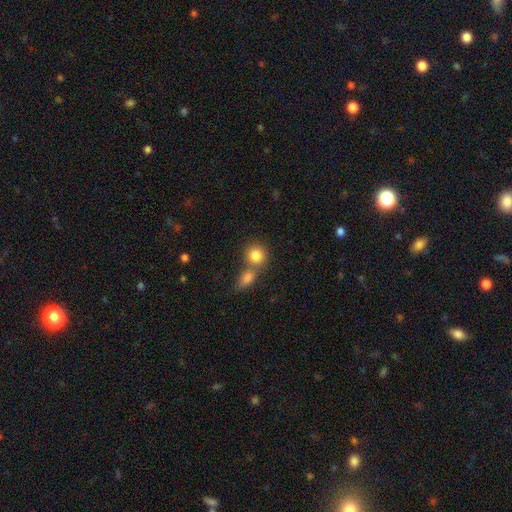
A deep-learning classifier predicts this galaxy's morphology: smooth_or_featured: smooth (p=0.84) [alt: star or artifact p=0.09]
how_rounded: round (p=0.81) [alt: in between p=0.17]
merging: none (p=0.48) [alt: merger p=0.41]